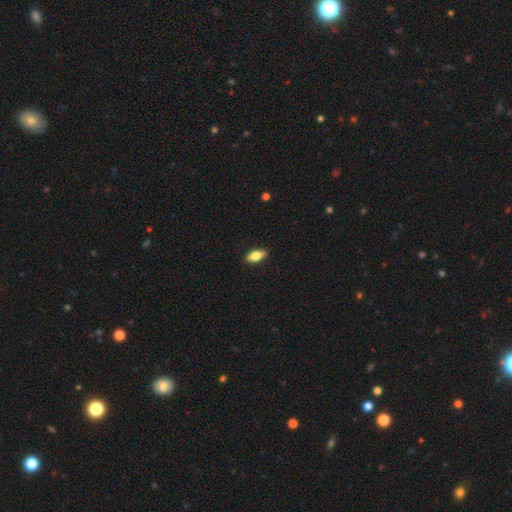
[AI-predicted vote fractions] smooth_or_featured: smooth (p=0.72) [alt: featured or disk p=0.21]
how_rounded: in between (p=0.82) [alt: cigar-shaped p=0.15]
merging: none (p=0.88) [alt: minor disturbance p=0.09]